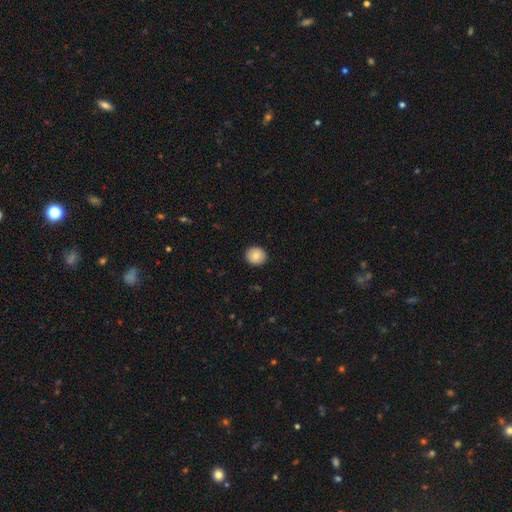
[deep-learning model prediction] smooth 81%, featured or disk 11%, star or artifact 8%. Down the decision tree: how rounded — round (84%); merging — none (91%).